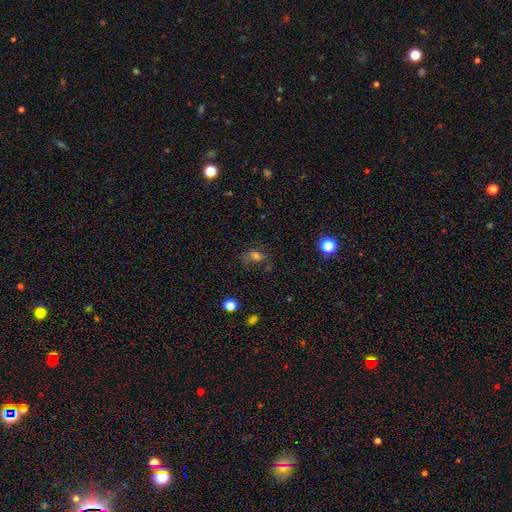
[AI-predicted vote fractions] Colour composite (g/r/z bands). It shows a smooth galaxy with no disk features (52%) that is in between round and cigar-shaped (71%). Merging: none (57%).